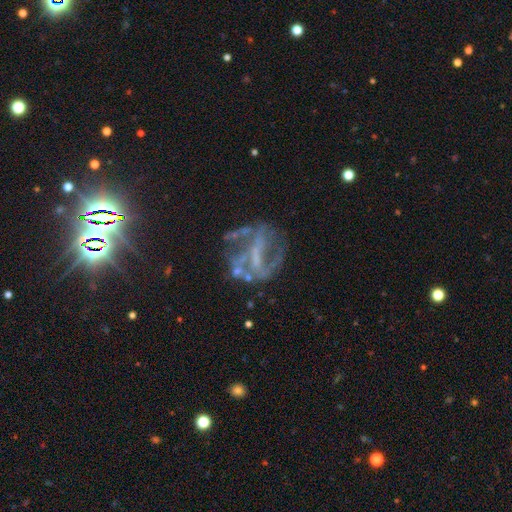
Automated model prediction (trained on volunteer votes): Smooth or featured? featured or disk (73%)
Edge-on disk? no (95%)
Bar? strong (41%)
Spiral arms? yes (71%)
Bulge size? none (55%)
Merging? none (52%)